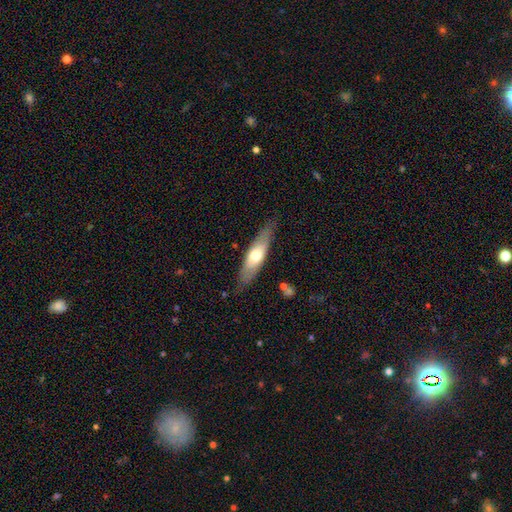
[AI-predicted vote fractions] smooth_or_featured: smooth (p=0.53) [alt: featured or disk p=0.41]
how_rounded: cigar-shaped (p=0.61) [alt: in between p=0.37]
merging: none (p=0.82) [alt: minor disturbance p=0.14]